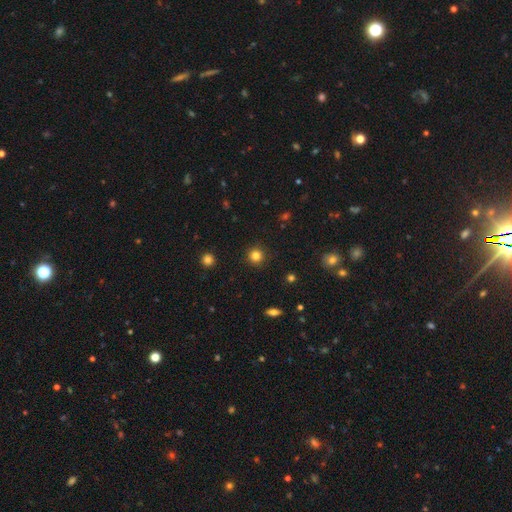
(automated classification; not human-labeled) A smooth galaxy with no disk features (82%) that is round (94%). Merging: none (91%).